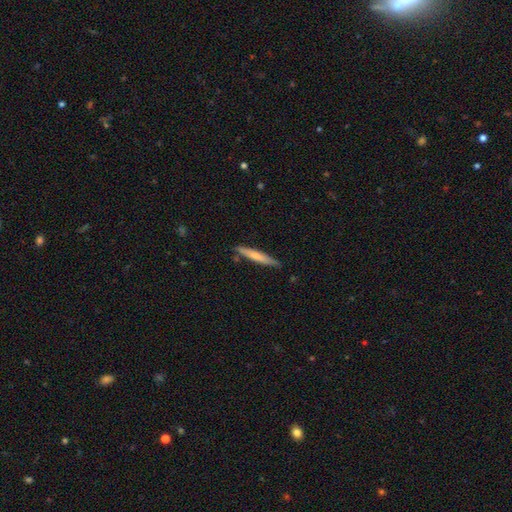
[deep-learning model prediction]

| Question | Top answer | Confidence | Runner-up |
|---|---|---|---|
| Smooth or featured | smooth | 62% | featured or disk (33%) |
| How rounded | cigar-shaped | 94% | in between (5%) |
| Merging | none | 84% | minor disturbance (12%) |